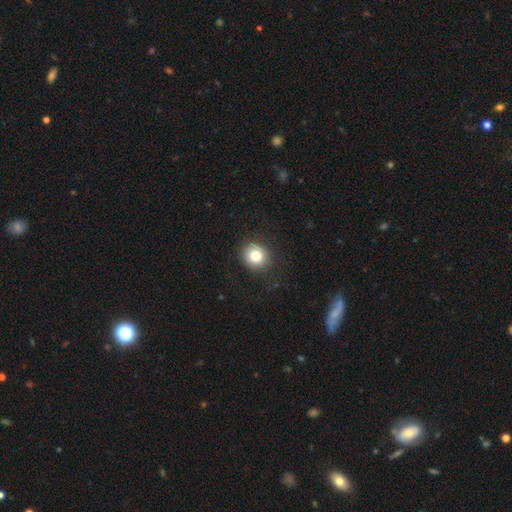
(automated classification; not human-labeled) A smooth galaxy with no disk features (81%) that is round (86%). Merging: none (88%).